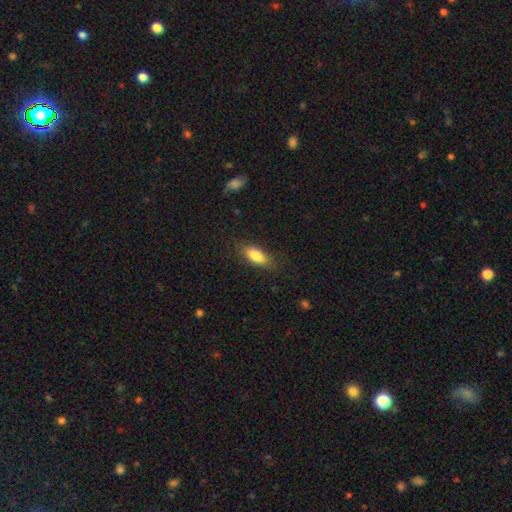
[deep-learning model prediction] Smooth or featured? Predicted: smooth (p=0.84). How rounded? Predicted: in between (p=0.81). Merging? Predicted: none (p=0.83).